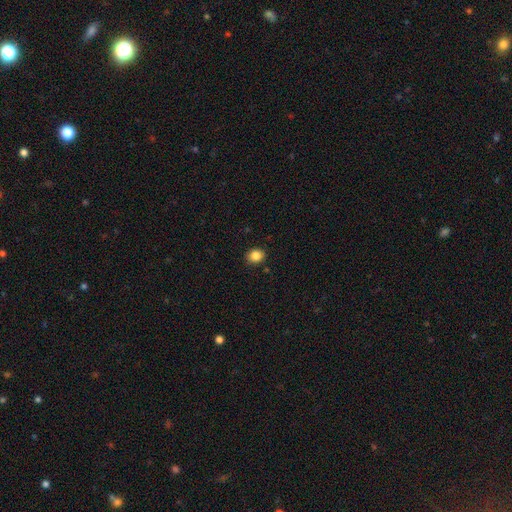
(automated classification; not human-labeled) smooth-or-featured: smooth: 86% | star or artifact: 10% | featured or disk: 5%
  how-rounded: round: 61% | in between: 38% | cigar-shaped: 1%
  merging: none: 89% | minor disturbance: 8% | major disturbance: 2% | merger: 1%